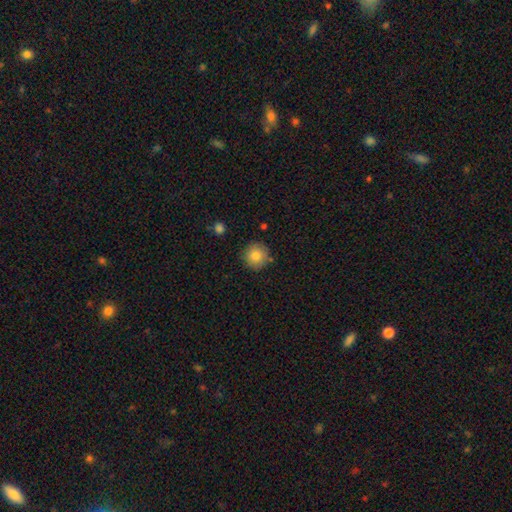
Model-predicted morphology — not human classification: Smooth or featured? smooth (84%)
How rounded? round (94%)
Merging? none (85%)